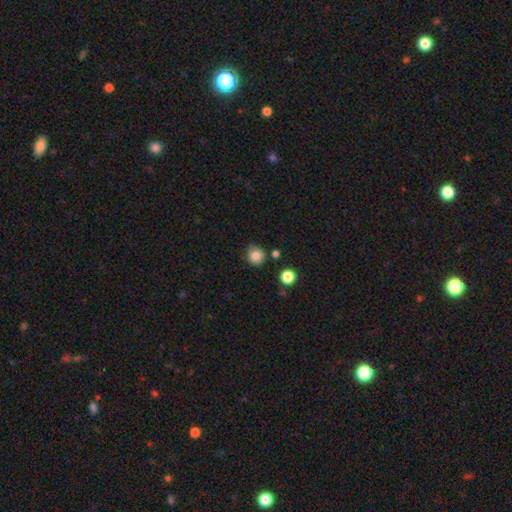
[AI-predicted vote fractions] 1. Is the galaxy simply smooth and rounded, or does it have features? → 83% smooth, 11% star or artifact, 6% featured or disk.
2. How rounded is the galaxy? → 88% round, 11% in between, 1% cigar-shaped.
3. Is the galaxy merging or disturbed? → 80% none, 13% minor disturbance, 4% merger, 3% major disturbance.